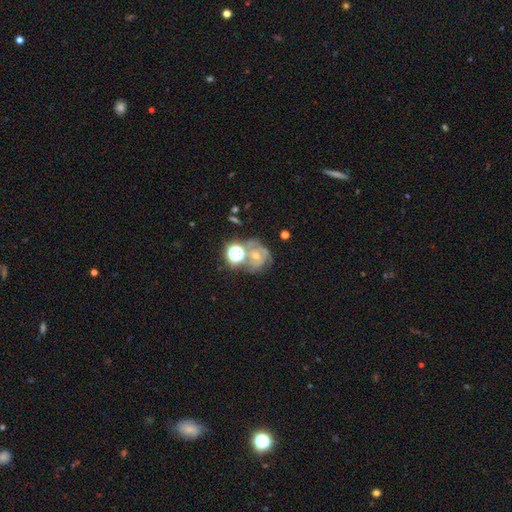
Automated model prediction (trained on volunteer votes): Overall: featured or disk (60%; smooth 23%). Edge-on disk: no (97%). Bar: no (70%). Spiral arms: yes (85%). Bulge size: small (47%; moderate 45%). Merging: none (48%; merger 22%).